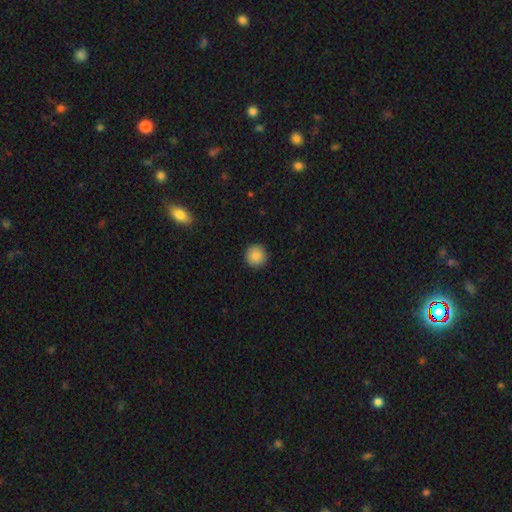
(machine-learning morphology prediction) A smooth galaxy with no disk features (87%) that is round (96%). Merging: none (93%).